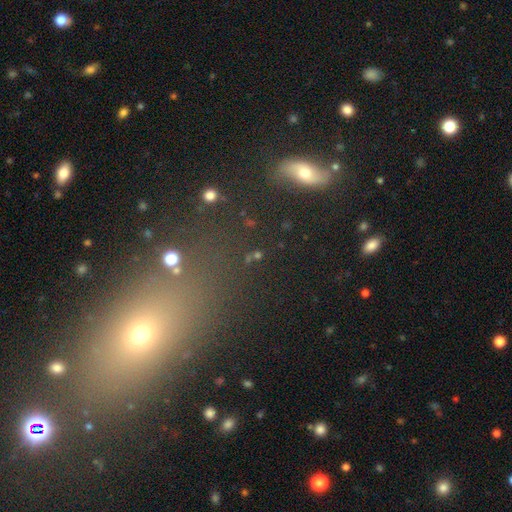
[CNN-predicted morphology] A smooth galaxy with no disk features (49%). Merging: none (70%).